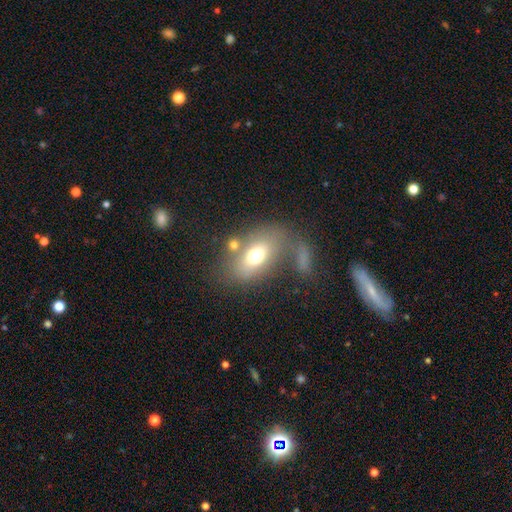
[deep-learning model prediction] Overall: smooth (63%; featured or disk 26%). How rounded: in between (80%). Merging: none (43%; merger 22%).